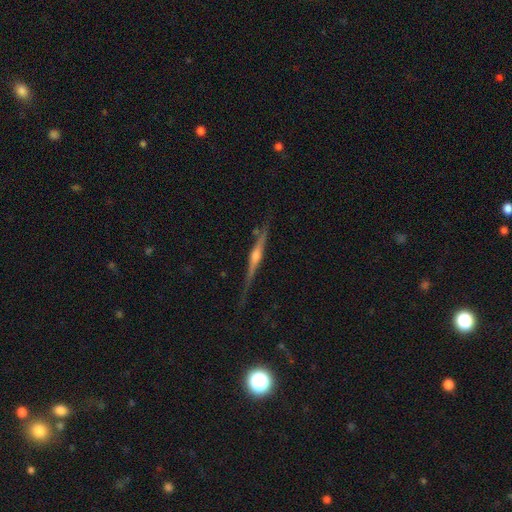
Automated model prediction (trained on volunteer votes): This appears to be a featured or disk galaxy (81%) viewed edge-on (98%) with a rounded central bulge (84%). Merging: none (77%).